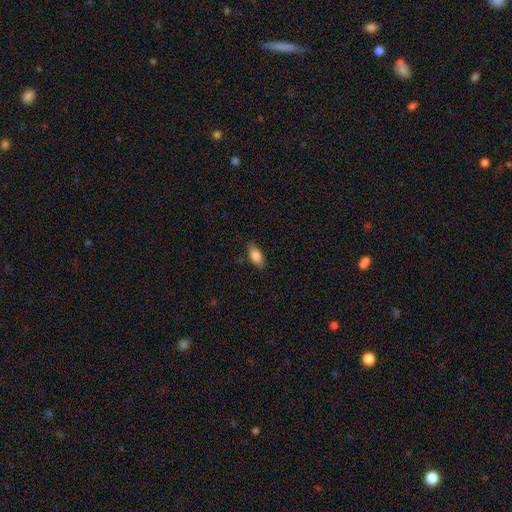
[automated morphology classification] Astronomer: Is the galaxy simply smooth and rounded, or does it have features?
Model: smooth — 84%.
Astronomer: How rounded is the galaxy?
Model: in between — 88%.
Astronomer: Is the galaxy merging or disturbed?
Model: none — 79%.